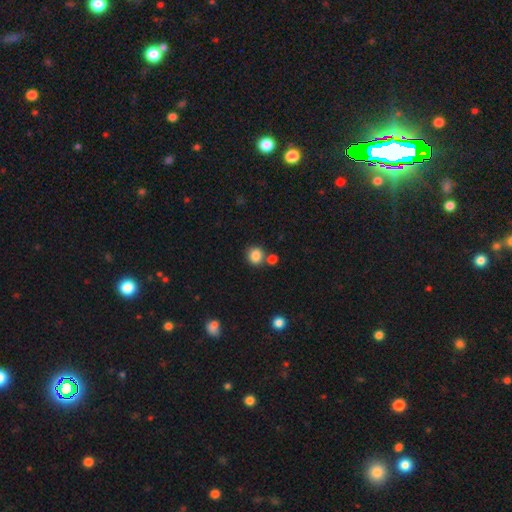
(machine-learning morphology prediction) Smooth or featured: smooth — 84% (star or artifact — 11%)
How rounded: round — 80% (in between — 19%)
Merging: none — 68% (merger — 19%)